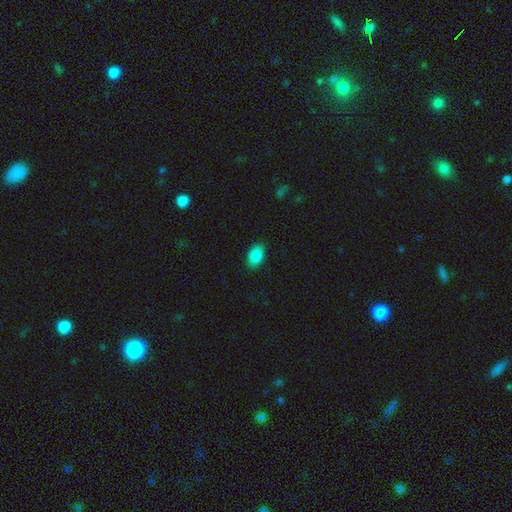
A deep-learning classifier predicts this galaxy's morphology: Q: Smooth or featured?
A: smooth (89%); runner-up: star or artifact (8%)
Q: How rounded?
A: in between (91%); runner-up: round (8%)
Q: Merging?
A: none (88%); runner-up: minor disturbance (9%)